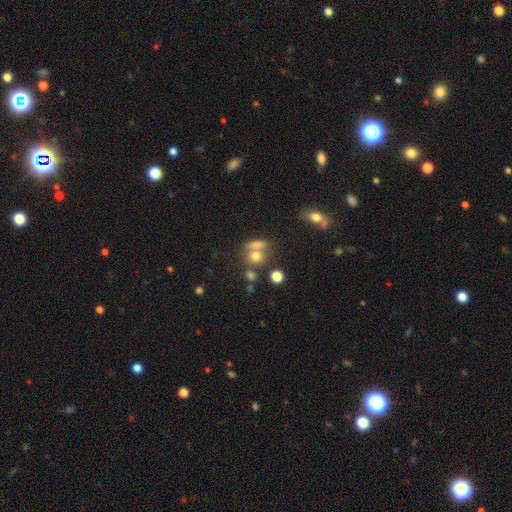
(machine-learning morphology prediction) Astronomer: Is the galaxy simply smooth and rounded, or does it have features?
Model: smooth — 71%.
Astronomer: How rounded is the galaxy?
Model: round — 65%.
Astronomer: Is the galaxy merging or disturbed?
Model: none — 46% (runner-up: merger, 38%).